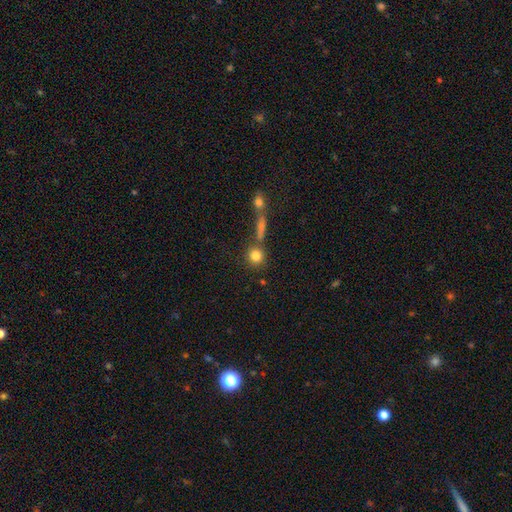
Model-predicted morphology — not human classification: The model was most divided on "merging": none: 68%, merger: 18%, minor disturbance: 9%, major disturbance: 5%. More confident: how rounded — round (87%); smooth or featured — smooth (81%).